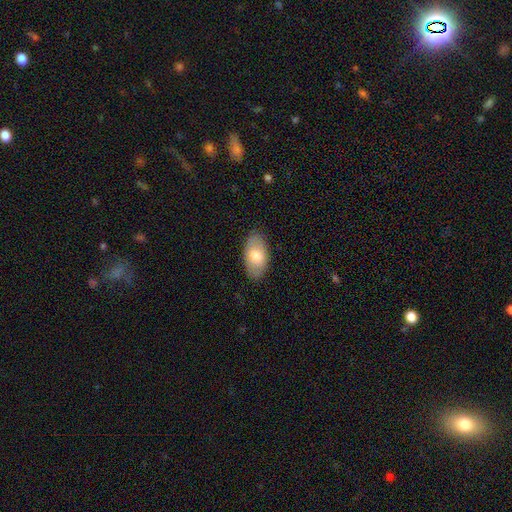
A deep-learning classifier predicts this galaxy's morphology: type=smooth (74%); roundness=in between (94%); merging=none (83%).